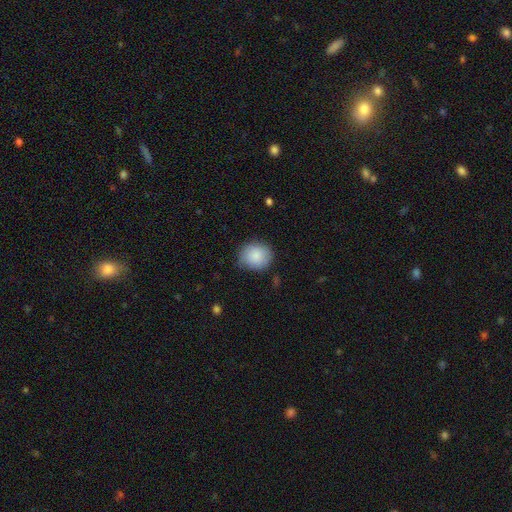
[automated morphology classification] A smooth galaxy with no disk features (87%) that is round (78%).

Vote fractions:
- Smooth or featured? smooth: 87% / star or artifact: 7% / featured or disk: 6%
- How rounded? round: 78% / in between: 21% / cigar-shaped: 1%
- Merging? none: 78% / minor disturbance: 17% / major disturbance: 4% / merger: 1%